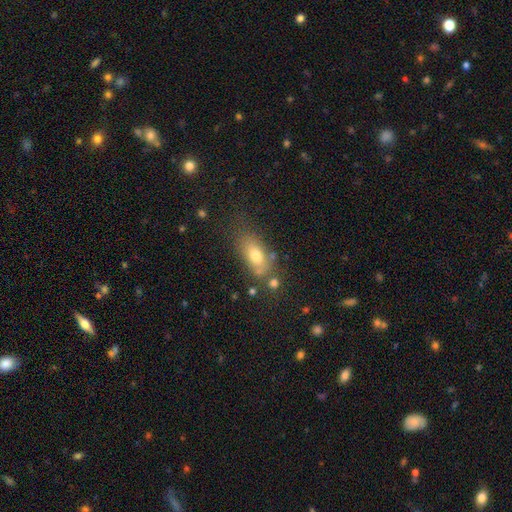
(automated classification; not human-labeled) Smooth or featured? Predicted: smooth (p=0.72). How rounded? Predicted: in between (p=0.82). Merging? Predicted: none (p=0.60).